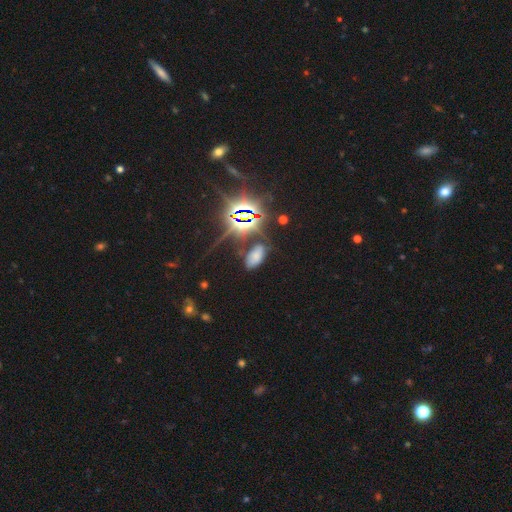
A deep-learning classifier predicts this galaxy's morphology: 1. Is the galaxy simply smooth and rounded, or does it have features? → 48% smooth, 40% star or artifact, 12% featured or disk.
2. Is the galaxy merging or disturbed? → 70% none, 17% minor disturbance, 8% major disturbance, 5% merger.